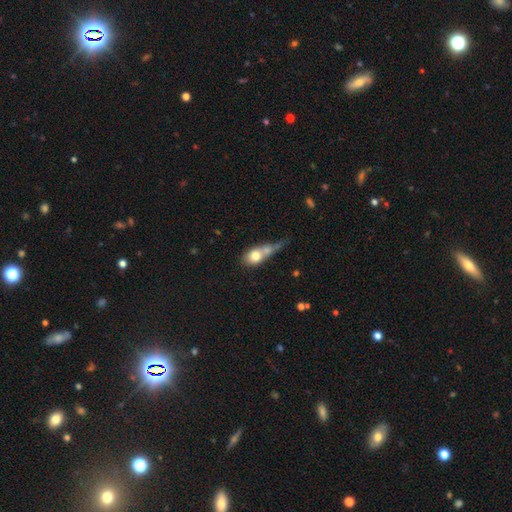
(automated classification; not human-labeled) smooth_or_featured: smooth (p=0.70) [alt: featured or disk p=0.21]
how_rounded: in between (p=0.59) [alt: round p=0.33]
merging: merger (p=0.46) [alt: none p=0.22]